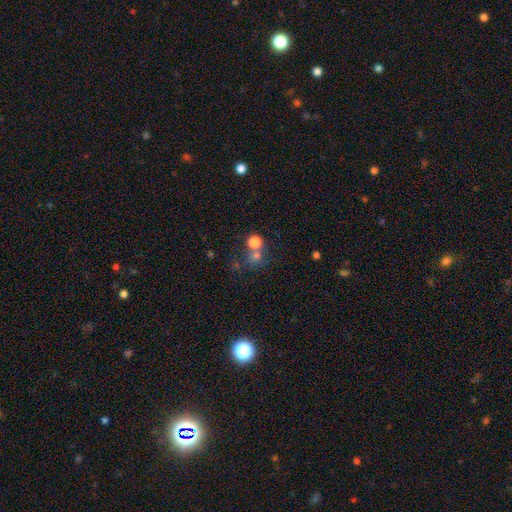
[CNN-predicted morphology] smooth-or-featured: smooth: 59% | star or artifact: 31% | featured or disk: 10%
  how-rounded: round: 87% | in between: 12% | cigar-shaped: 1%
  merging: none: 60% | merger: 28% | minor disturbance: 7% | major disturbance: 5%